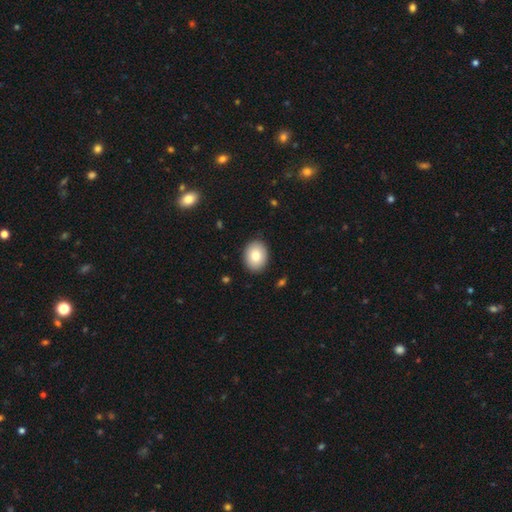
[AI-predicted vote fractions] Smooth or featured: smooth — 81% (featured or disk — 11%)
How rounded: in between — 59% (round — 40%)
Merging: none — 89% (minor disturbance — 8%)